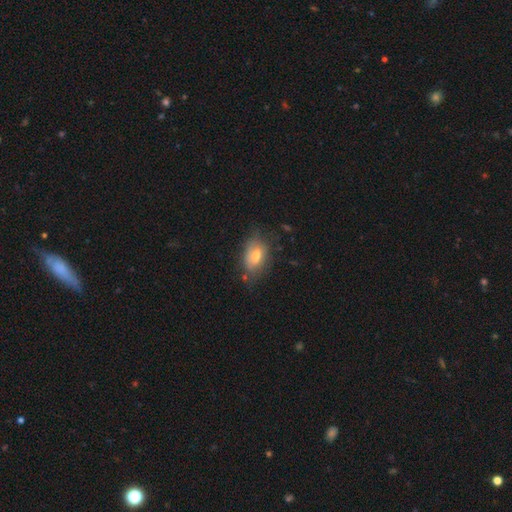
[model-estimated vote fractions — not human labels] Q: Smooth or featured?
A: smooth (66%); runner-up: featured or disk (25%)
Q: How rounded?
A: in between (87%); runner-up: round (10%)
Q: Merging?
A: none (64%); runner-up: minor disturbance (26%)